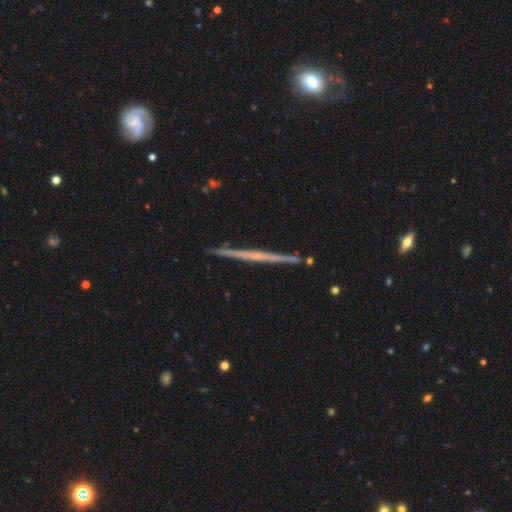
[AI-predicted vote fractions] Smooth or featured?
  - featured or disk: 72% *
  - smooth: 23%
  - star or artifact: 6%
Edge-on disk?
  - yes: 98% *
  - no: 2%
Edge-on bulge?
  - none: 76% *
  - rounded: 18%
  - boxy: 6%
Merging?
  - none: 91% *
  - minor disturbance: 7%
  - merger: 2%
  - major disturbance: 1%